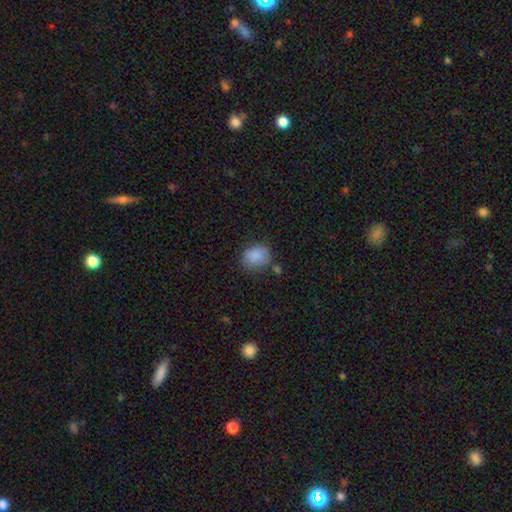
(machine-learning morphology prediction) The model was most divided on "how rounded": round: 52%, in between: 47%, cigar-shaped: 1%. More confident: smooth or featured — smooth (86%); merging — none (67%).